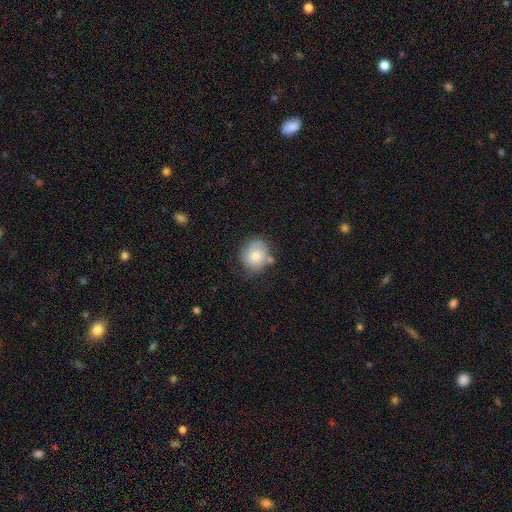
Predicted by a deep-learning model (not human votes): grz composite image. It shows a smooth galaxy with no disk features (70%) that is round (73%). Merging: none (60%).